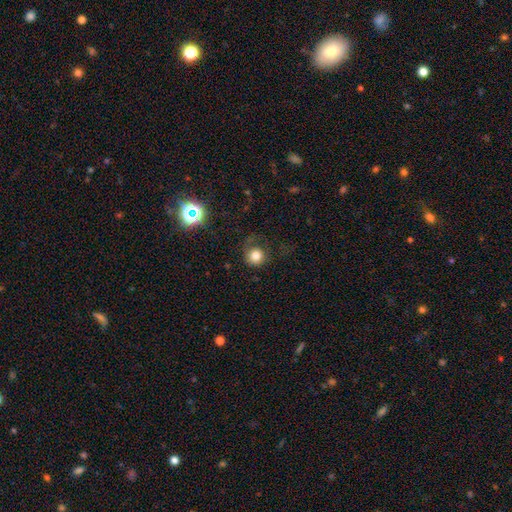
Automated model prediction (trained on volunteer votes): Morphology: type=smooth (78%); roundness=round (91%); merging=none (65%).